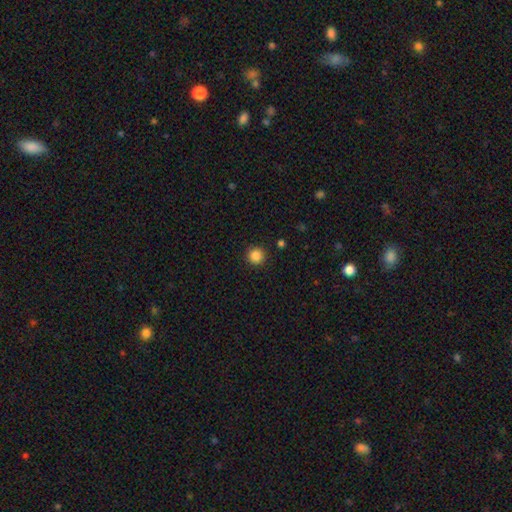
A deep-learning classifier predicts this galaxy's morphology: Smooth or featured? Predicted: smooth (p=0.86). How rounded? Predicted: round (p=0.95). Merging? Predicted: none (p=0.92).